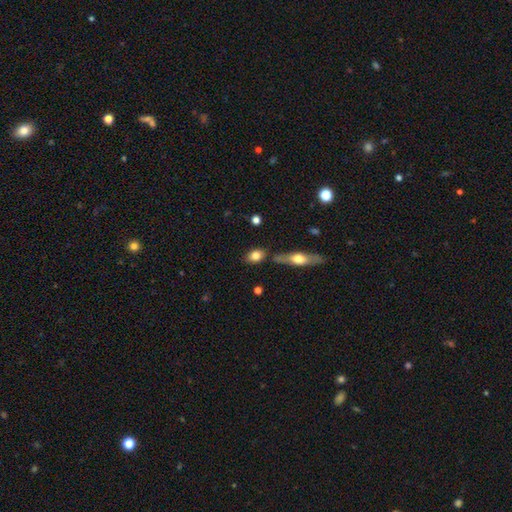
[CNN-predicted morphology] Smooth or featured: smooth — 77% (featured or disk — 16%)
How rounded: in between — 73% (round — 21%)
Merging: none — 72% (minor disturbance — 13%)